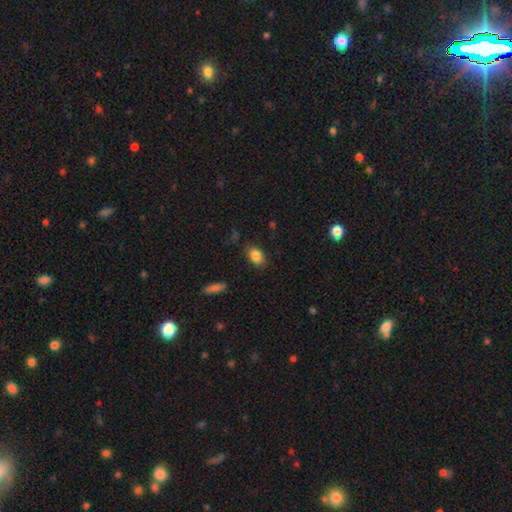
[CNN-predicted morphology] A smooth galaxy with no disk features (85%) that is in between round and cigar-shaped (82%). Merging: none (83%).